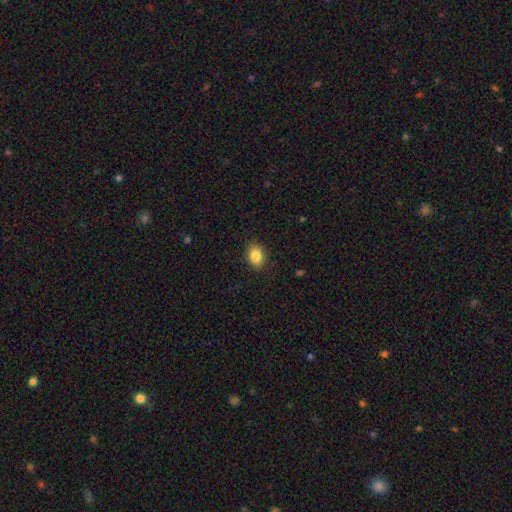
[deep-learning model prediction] A smooth galaxy with no disk features (85%) that is in between round and cigar-shaped (70%).

Vote fractions:
- Smooth or featured? smooth: 85% / star or artifact: 9% / featured or disk: 6%
- How rounded? in between: 70% / round: 29% / cigar-shaped: 1%
- Merging? none: 88% / minor disturbance: 9% / major disturbance: 2% / merger: 1%